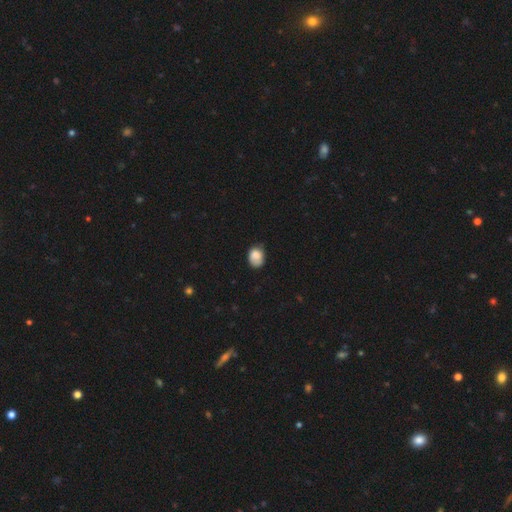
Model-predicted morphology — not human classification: A smooth galaxy with no disk features (81%) that is in between round and cigar-shaped (55%). Merging: none (50%).